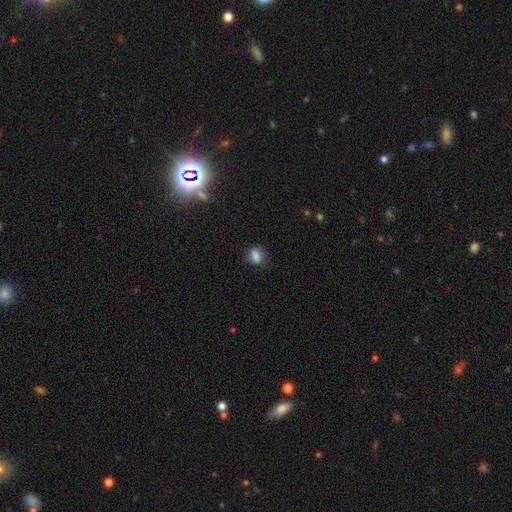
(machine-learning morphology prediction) smooth 79%, star or artifact 11%, featured or disk 9%. Down the decision tree: how rounded — in between (67%); merging — none (73%).